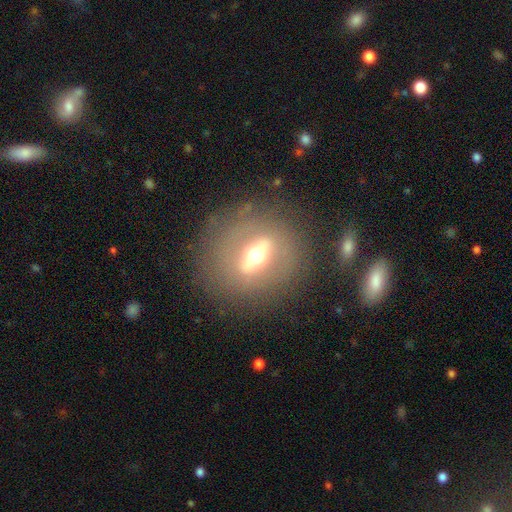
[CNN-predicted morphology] type=featured or disk (64%); edge-on=no (64%); merging=none (80%).